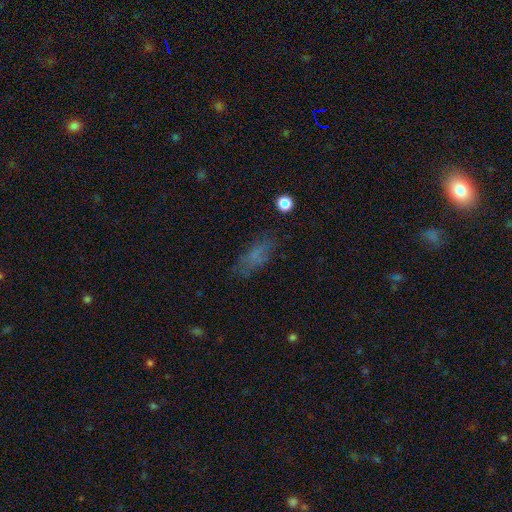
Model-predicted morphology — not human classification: The model was most divided on "smooth or featured": smooth: 64%, featured or disk: 20%, star or artifact: 15%. More confident: how rounded — in between (73%); merging — none (71%).